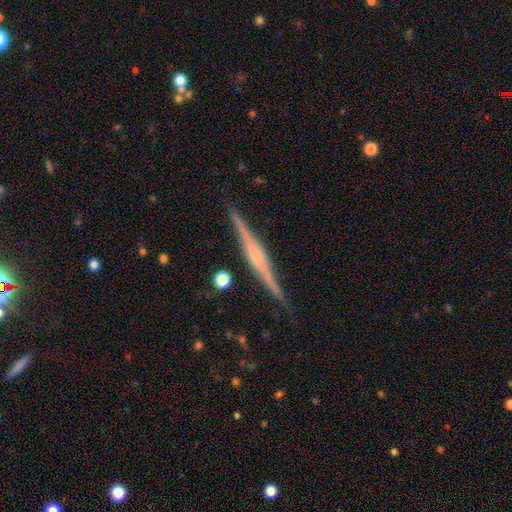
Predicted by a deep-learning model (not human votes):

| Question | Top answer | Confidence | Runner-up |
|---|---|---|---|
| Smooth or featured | featured or disk | 79% | smooth (15%) |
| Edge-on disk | yes | 98% | no (2%) |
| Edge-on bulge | rounded | 56% | boxy (26%) |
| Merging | none | 89% | minor disturbance (8%) |